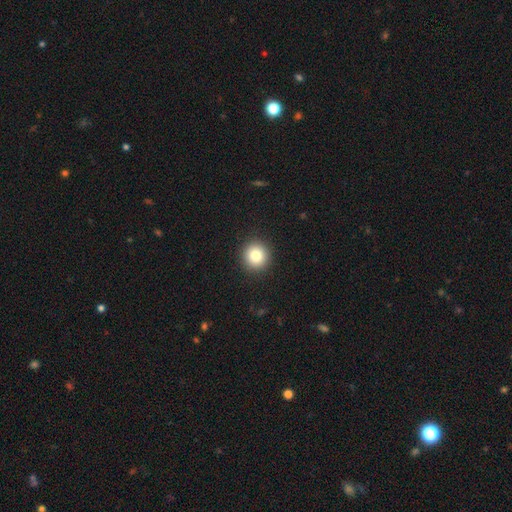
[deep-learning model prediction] A smooth galaxy with no disk features (83%) that is round (94%). Merging: none (92%).